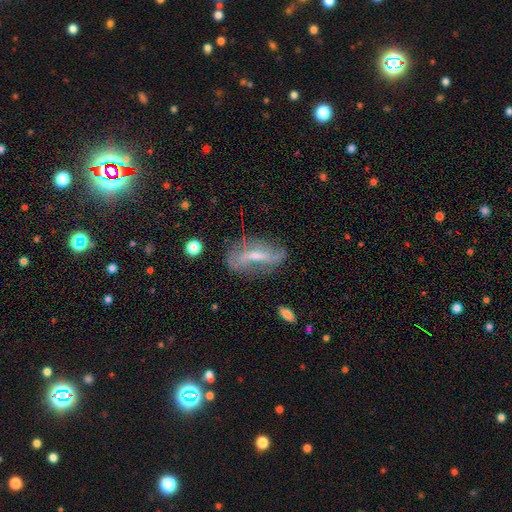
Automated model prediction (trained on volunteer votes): featured or disk 68%, smooth 22%, star or artifact 10%. Down the decision tree: edge-on disk — no (84%); bar — weak (43%); spiral arms — yes (77%); bulge size — small (45%); merging — none (58%).